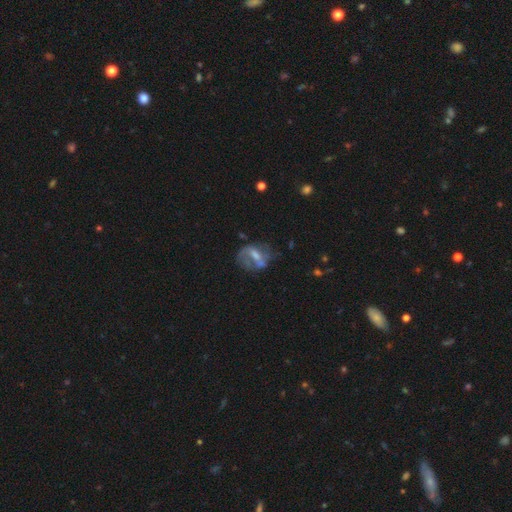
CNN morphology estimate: Overall: featured or disk (58%; smooth 32%). Edge-on disk: no (96%). Bar: weak (41%; no 40%). Spiral arms: no (52%; yes 48%). Bulge size: moderate (42%; small 27%). Merging: none (37%; major disturbance 28%).